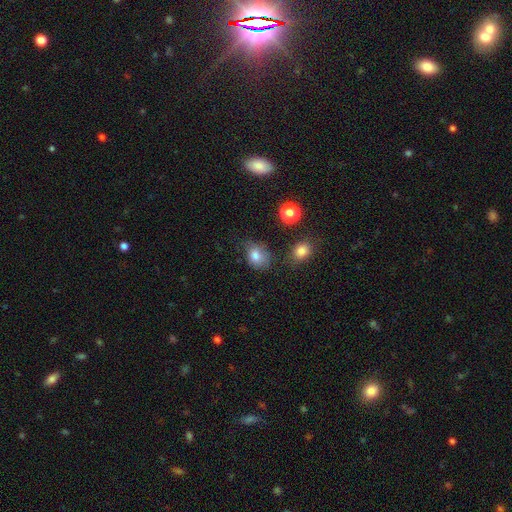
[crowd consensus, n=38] Smooth or featured?
  - smooth: 79% *
  - featured or disk: 11%
  - star or artifact: 11%
How rounded?
  - in between: 70% *
  - round: 30%
  - cigar-shaped: 0%
Merging?
  - none: 53% *
  - minor disturbance: 24%
  - major disturbance: 21%
  - merger: 3%